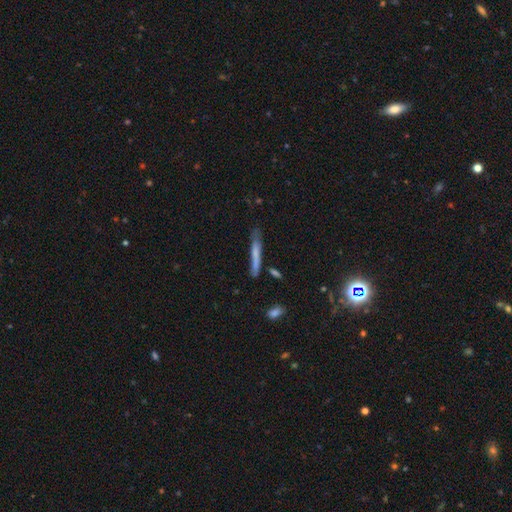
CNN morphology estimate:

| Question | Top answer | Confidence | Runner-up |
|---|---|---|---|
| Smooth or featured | smooth | 61% | featured or disk (31%) |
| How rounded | cigar-shaped | 93% | in between (5%) |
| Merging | none | 63% | minor disturbance (25%) |